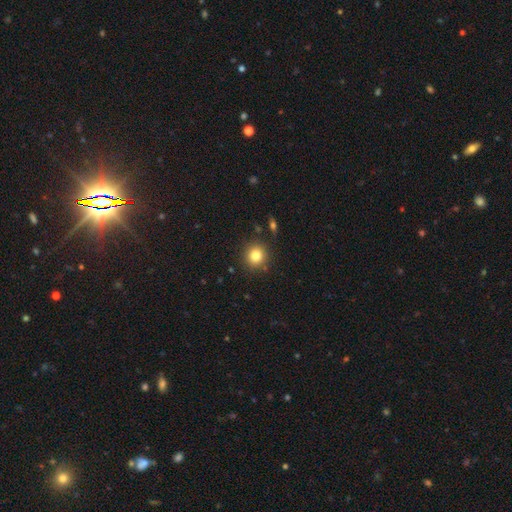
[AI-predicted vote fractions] Smooth or featured?
  - smooth: 81% *
  - star or artifact: 11%
  - featured or disk: 7%
How rounded?
  - round: 91% *
  - in between: 8%
  - cigar-shaped: 1%
Merging?
  - none: 88% *
  - minor disturbance: 7%
  - merger: 3%
  - major disturbance: 2%